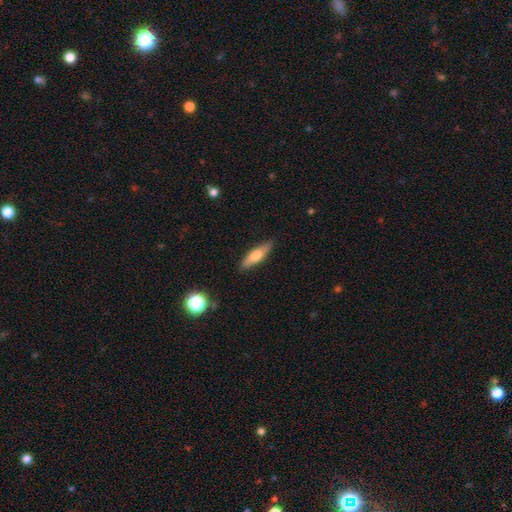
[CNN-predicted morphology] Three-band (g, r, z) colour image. It shows a smooth galaxy with no disk features (62%) that is cigar-shaped (61%). Merging: none (87%).